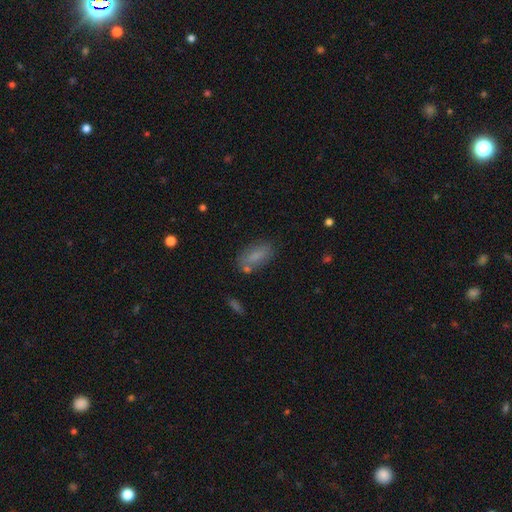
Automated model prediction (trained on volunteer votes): The model was most divided on "merging": none: 71%, minor disturbance: 16%, merger: 8%, major disturbance: 5%. More confident: how rounded — in between (82%); smooth or featured — smooth (78%).